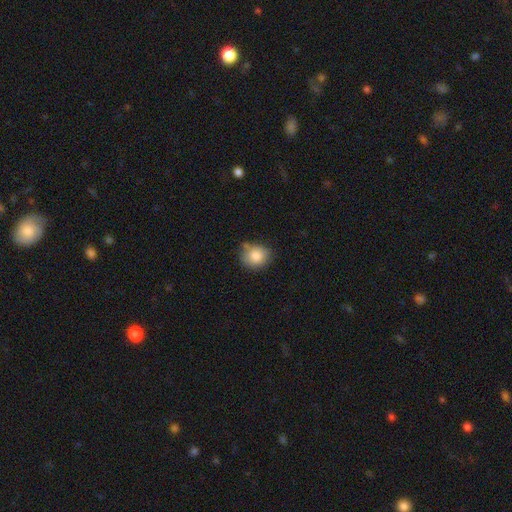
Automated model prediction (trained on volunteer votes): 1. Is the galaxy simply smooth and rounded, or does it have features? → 85% smooth, 8% star or artifact, 7% featured or disk.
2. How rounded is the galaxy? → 71% round, 28% in between, 1% cigar-shaped.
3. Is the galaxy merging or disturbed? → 68% none, 23% minor disturbance, 5% merger, 4% major disturbance.